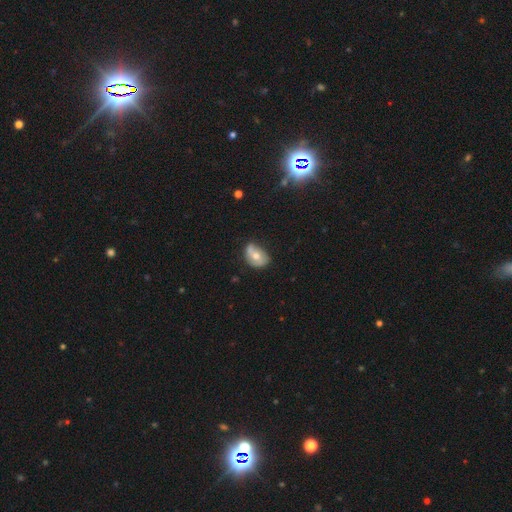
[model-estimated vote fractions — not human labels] smooth-or-featured: smooth: 56% | featured or disk: 36% | star or artifact: 8%
  how-rounded: in between: 77% | round: 22% | cigar-shaped: 1%
  merging: none: 42% (tied) | minor disturbance: 42% (tied) | major disturbance: 12% | merger: 4%